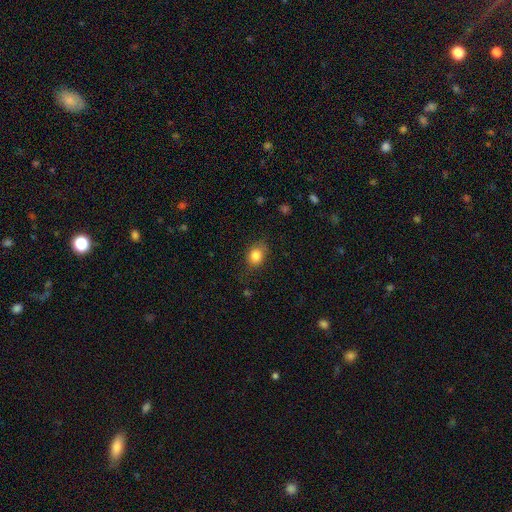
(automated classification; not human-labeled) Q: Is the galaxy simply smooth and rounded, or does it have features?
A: smooth — 83%.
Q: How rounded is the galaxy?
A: in between — 55%.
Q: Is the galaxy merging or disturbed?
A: none — 75%.